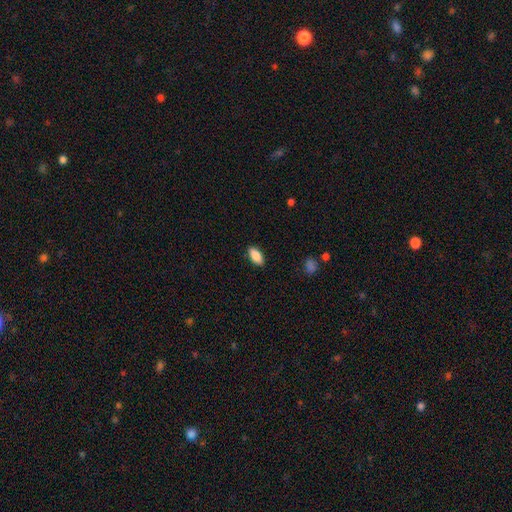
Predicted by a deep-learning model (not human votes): smooth-or-featured: smooth: 87% | star or artifact: 7% | featured or disk: 6%
  how-rounded: in between: 89% | cigar-shaped: 9% | round: 2%
  merging: none: 88% | minor disturbance: 9% | major disturbance: 2% | merger: 1%